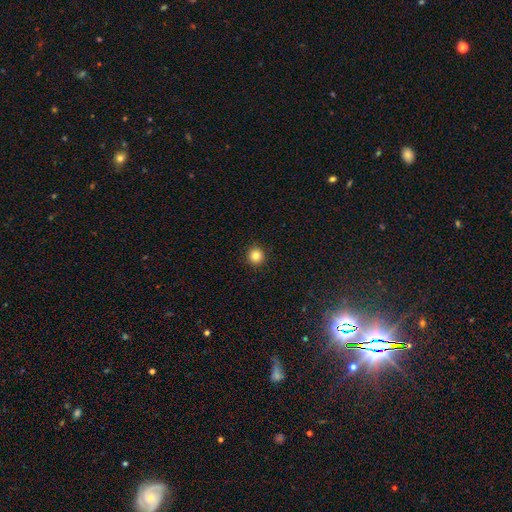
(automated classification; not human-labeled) Smooth or featured? Predicted: smooth (p=0.84). How rounded? Predicted: round (p=0.95). Merging? Predicted: none (p=0.93).